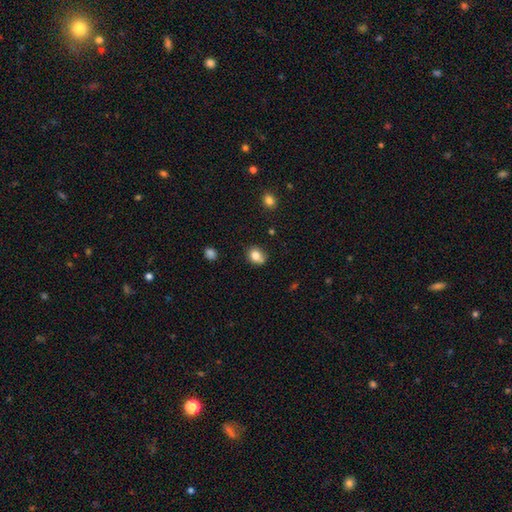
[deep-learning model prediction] Smooth or featured? Predicted: smooth (p=0.81). How rounded? Predicted: round (p=0.54). Merging? Predicted: none (p=0.62).